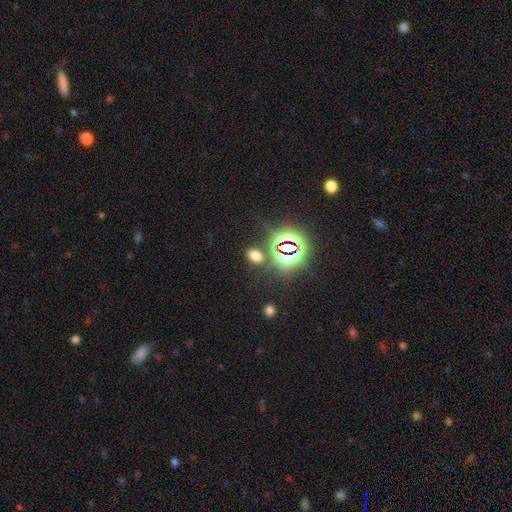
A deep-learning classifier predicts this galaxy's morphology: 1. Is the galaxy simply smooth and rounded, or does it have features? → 57% smooth, 36% star or artifact, 7% featured or disk.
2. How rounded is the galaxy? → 84% in between, 14% round, 2% cigar-shaped.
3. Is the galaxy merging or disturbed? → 81% none, 10% minor disturbance, 5% merger, 4% major disturbance.